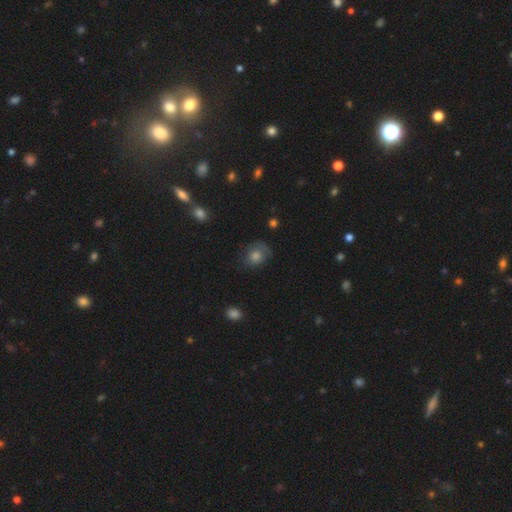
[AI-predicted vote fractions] Q: Smooth or featured?
A: smooth (56%); runner-up: featured or disk (29%)
Q: How rounded?
A: round (60%); runner-up: in between (39%)
Q: Merging?
A: none (63%); runner-up: minor disturbance (23%)